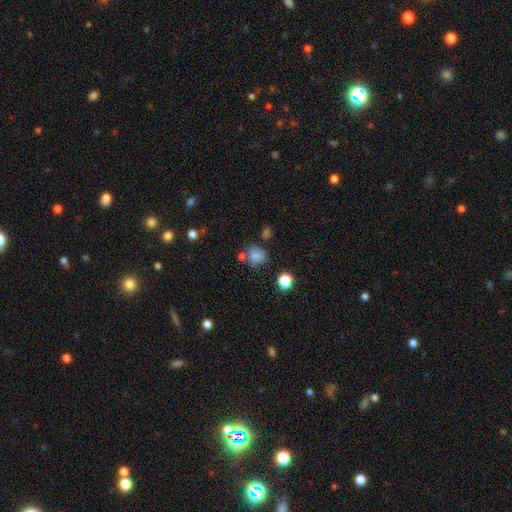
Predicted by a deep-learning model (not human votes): smooth 76%, star or artifact 14%, featured or disk 10%. Down the decision tree: how rounded — round (68%); merging — none (59%).